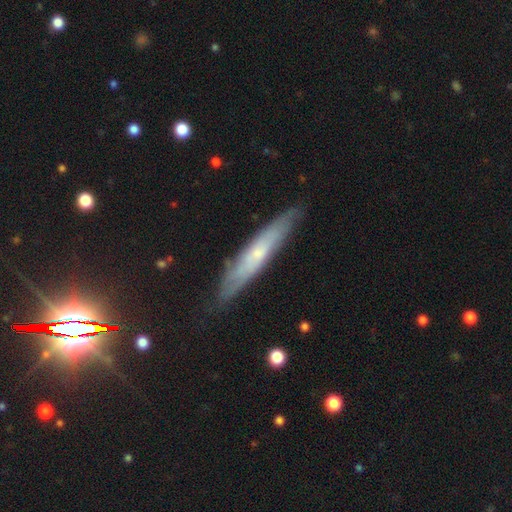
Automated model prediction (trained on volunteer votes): Smooth or featured?
  - featured or disk: 56% *
  - smooth: 38%
  - star or artifact: 7%
Edge-on disk?
  - yes: 65% *
  - no: 35%
Merging?
  - none: 81% *
  - minor disturbance: 15%
  - major disturbance: 3%
  - merger: 2%